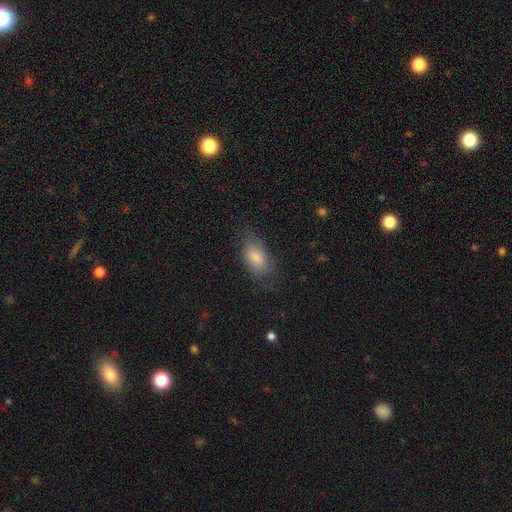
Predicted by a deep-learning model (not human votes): Smooth or featured? smooth (70%)
How rounded? in between (85%)
Merging? none (69%)